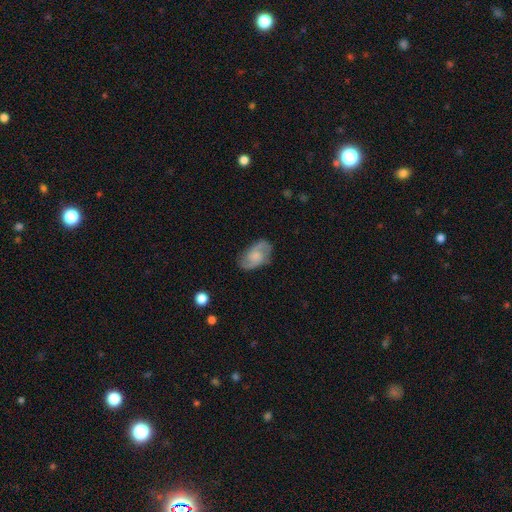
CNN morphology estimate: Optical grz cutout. It shows a featured or disk galaxy (65%) with no bar (60%), 2 (87%) medium (49%) spiral arms (91%) and a small central bulge (31%). Merging: none (76%).